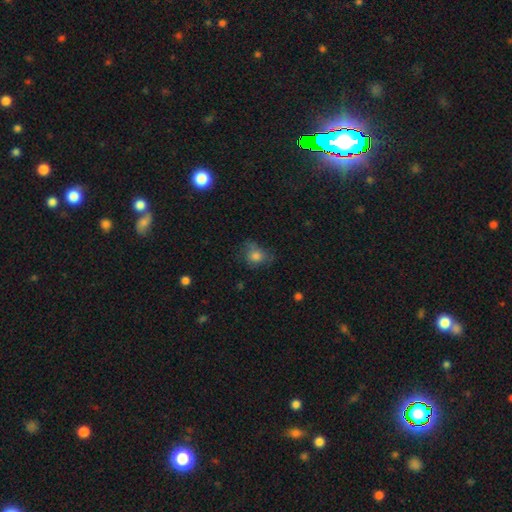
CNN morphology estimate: This appears to be a smooth galaxy with no disk features (76%) that is round (61%). Merging: none (50%).